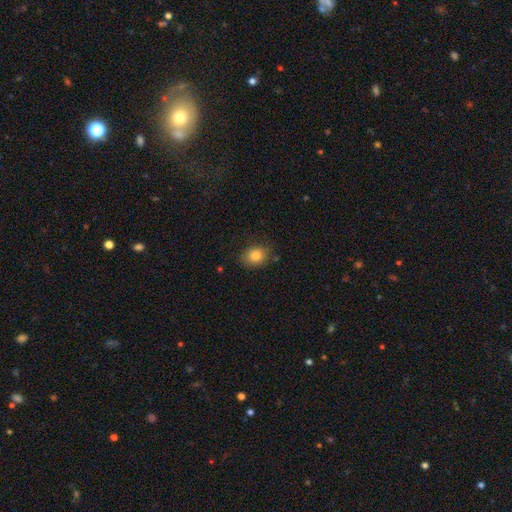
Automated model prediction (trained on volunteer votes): The model was most divided on "how rounded": round: 51%, in between: 48%, cigar-shaped: 1%. More confident: smooth or featured — smooth (83%); merging — none (81%).